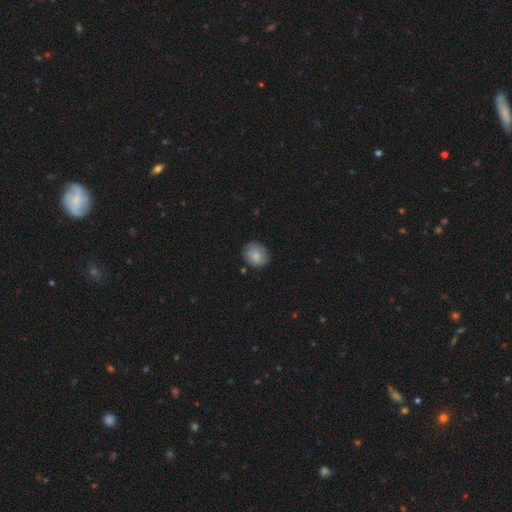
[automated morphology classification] smooth 82%, featured or disk 11%, star or artifact 7%. Down the decision tree: how rounded — round (64%); merging — none (78%).